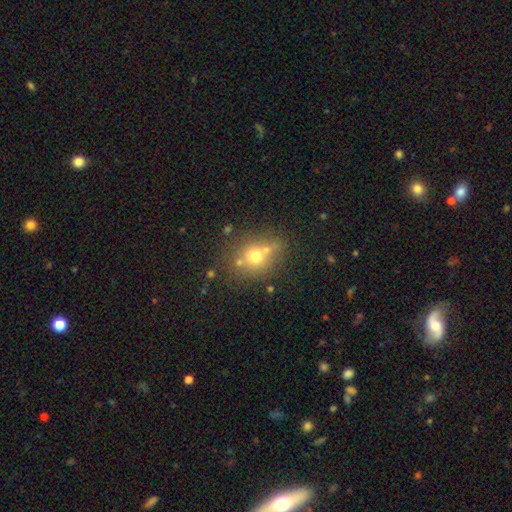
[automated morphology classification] Q: Smooth or featured?
A: smooth (64%); runner-up: featured or disk (19%)
Q: How rounded?
A: round (72%); runner-up: in between (27%)
Q: Merging?
A: none (59%); runner-up: merger (23%)